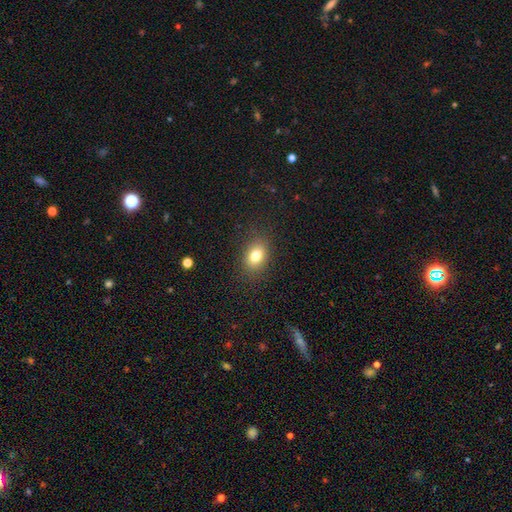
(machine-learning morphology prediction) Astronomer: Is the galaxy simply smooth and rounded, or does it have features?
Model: smooth — 80%.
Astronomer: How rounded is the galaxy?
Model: in between — 72%.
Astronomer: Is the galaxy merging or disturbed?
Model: none — 86%.